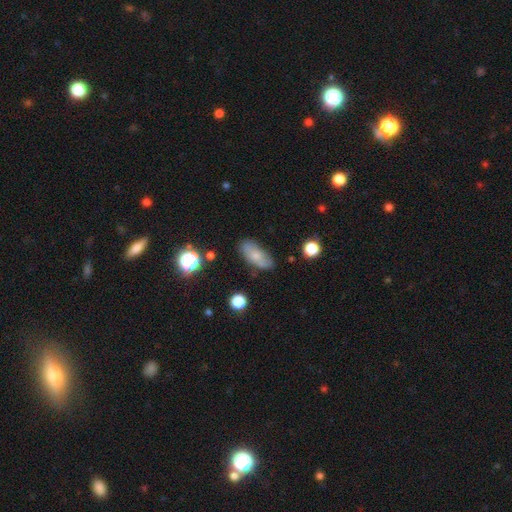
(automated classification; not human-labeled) The model was most divided on "smooth or featured": smooth: 68%, featured or disk: 23%, star or artifact: 9%. More confident: how rounded — in between (82%); merging — none (72%).